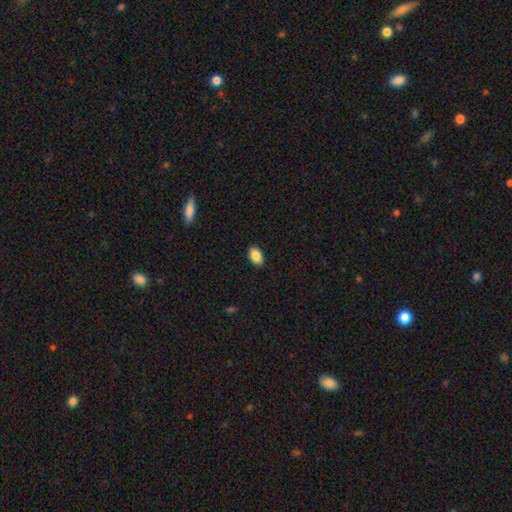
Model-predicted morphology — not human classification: Q: Smooth or featured?
A: smooth (87%); runner-up: star or artifact (8%)
Q: How rounded?
A: in between (89%); runner-up: round (9%)
Q: Merging?
A: none (89%); runner-up: minor disturbance (9%)